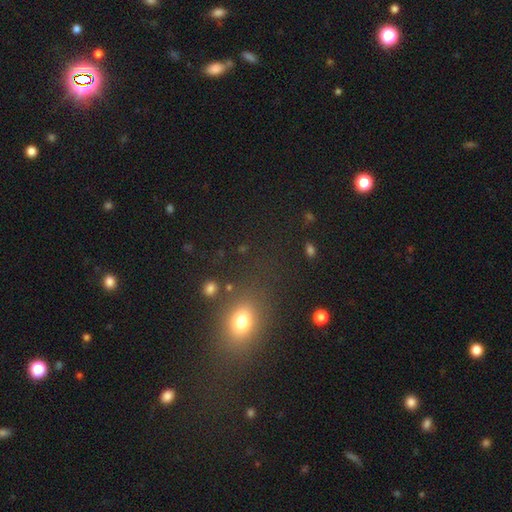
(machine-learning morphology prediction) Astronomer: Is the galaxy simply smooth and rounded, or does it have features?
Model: smooth — 55% (runner-up: star or artifact, 34%).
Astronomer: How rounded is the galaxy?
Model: in between — 53% (runner-up: round, 43%).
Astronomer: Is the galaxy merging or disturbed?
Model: none — 80%.